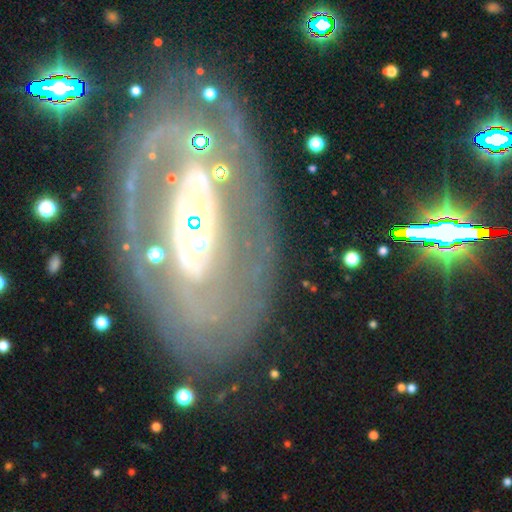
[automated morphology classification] smooth-or-featured: featured or disk: 82% | smooth: 11% | star or artifact: 8%
  disk-edge-on: no: 93% | yes: 7%
    bar: no: 56% | weak: 23% | strong: 21%
    has-spiral-arms: yes: 75% | no: 25%
      spiral-winding: tight: 54% | medium: 31% | loose: 15%
      spiral-arm-count: 2: 51% | can't tell: 28% | 1: 7% | 3: 6% | 4: 4% | more than 4: 4%
    bulge-size: small: 49% | moderate: 33% | large: 11% | none: 4% | dominant: 3%
  merging: none: 67% | minor disturbance: 16% | major disturbance: 13% | merger: 4%